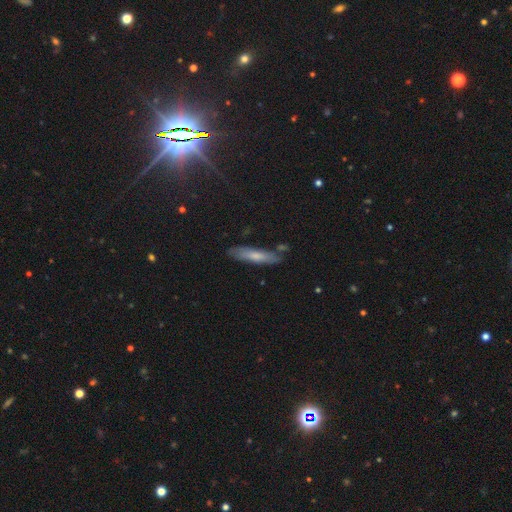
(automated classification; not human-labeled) Morphology: type=smooth (61%); roundness=cigar-shaped (84%); merging=none (78%).